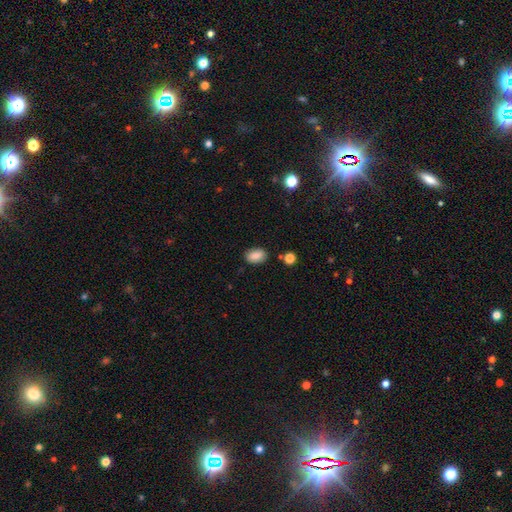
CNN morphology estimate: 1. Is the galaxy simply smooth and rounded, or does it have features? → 85% smooth, 8% star or artifact, 7% featured or disk.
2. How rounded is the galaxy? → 86% in between, 12% round, 2% cigar-shaped.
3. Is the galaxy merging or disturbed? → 84% none, 11% minor disturbance, 3% merger, 3% major disturbance.